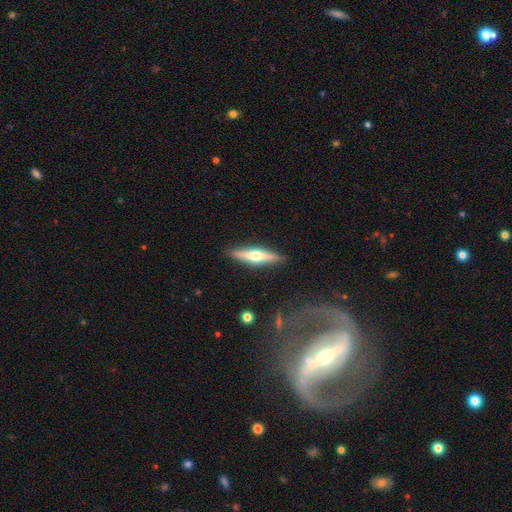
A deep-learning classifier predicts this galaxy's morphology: featured or disk 57%, smooth 38%, star or artifact 6%. Down the decision tree: edge-on disk — yes (95%); edge-on bulge — rounded (89%); merging — none (89%).